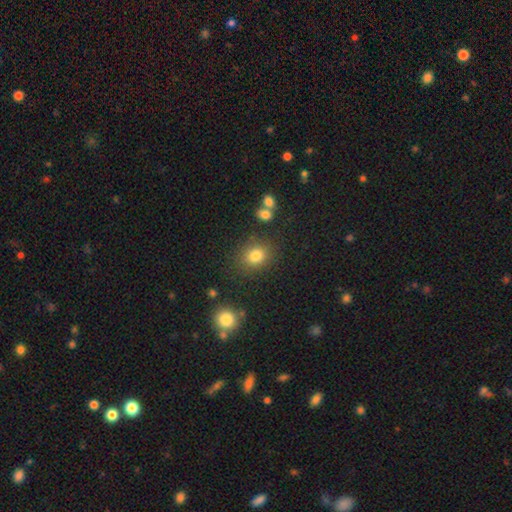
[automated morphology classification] Smooth or featured: smooth — 80% (star or artifact — 13%)
How rounded: round — 62% (in between — 37%)
Merging: none — 80% (minor disturbance — 11%)